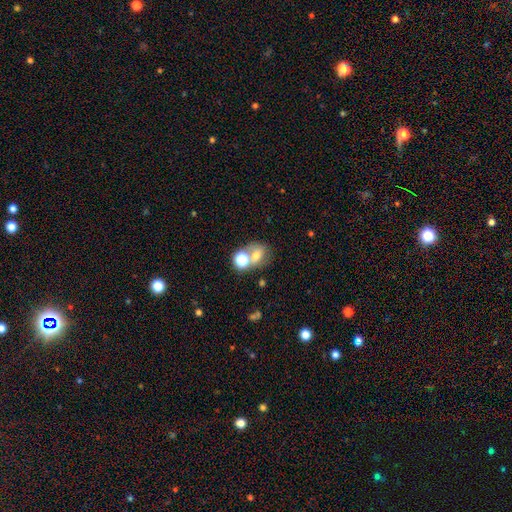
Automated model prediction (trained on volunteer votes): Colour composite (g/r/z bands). It shows a smooth galaxy with no disk features (64%) that is round (56%). Merging: merger (43%).